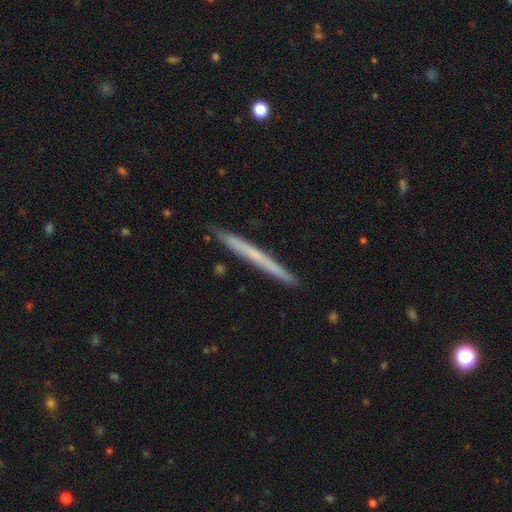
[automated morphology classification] smooth_or_featured: featured or disk (p=0.49) [alt: smooth p=0.45]
merging: none (p=0.90) [alt: minor disturbance p=0.07]